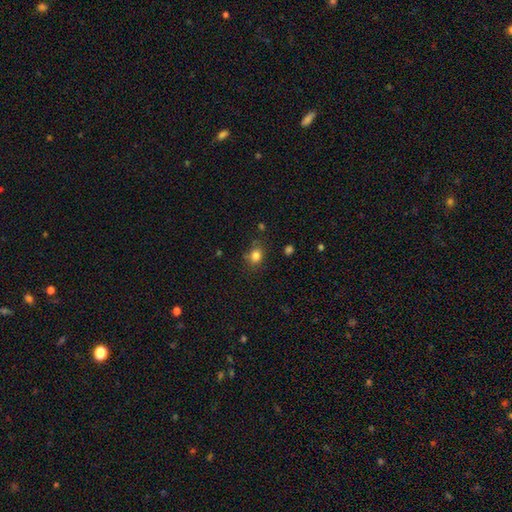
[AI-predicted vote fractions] Overall: smooth (82%). How rounded: round (57%; in between 42%). Merging: none (75%).